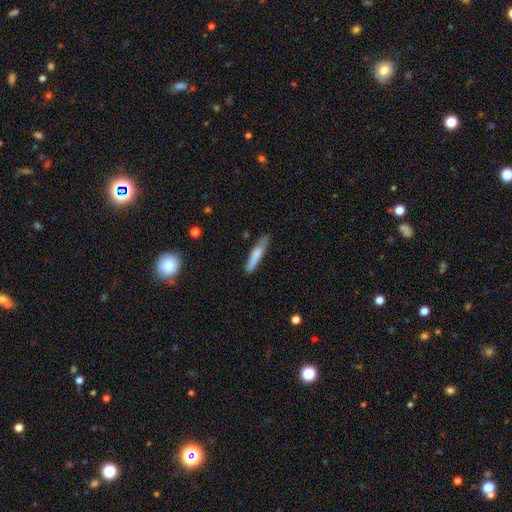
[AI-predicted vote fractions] This appears to be a smooth galaxy with no disk features (67%) that is cigar-shaped (90%). Merging: none (78%).